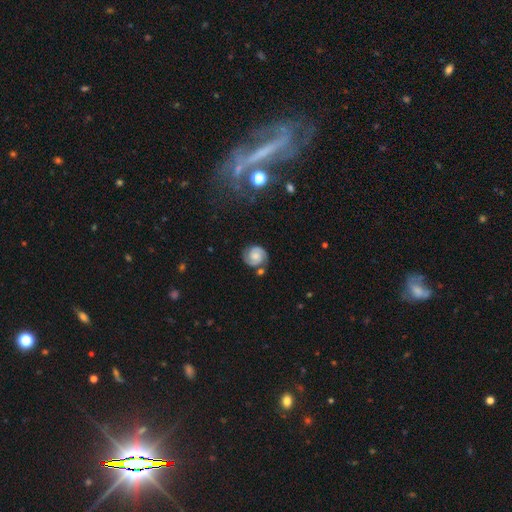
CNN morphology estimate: type=featured or disk (75%); edge-on=no (98%); bar=no (64%); spiral arms=yes (96%); winding=tight (57%); arm count=2 (88%); bulge=moderate (40%); merging=none (75%).